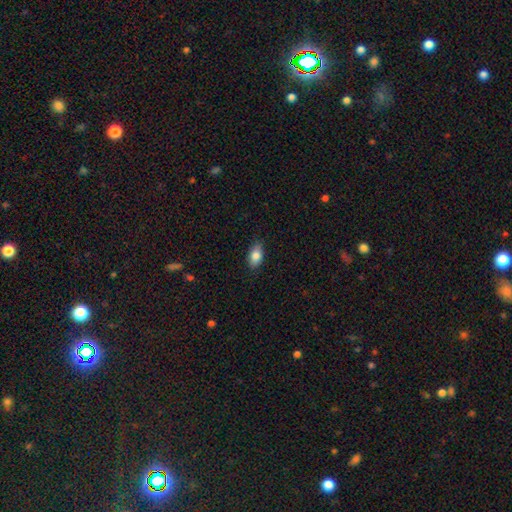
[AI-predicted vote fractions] This appears to be a smooth galaxy with no disk features (84%) that is in between round and cigar-shaped (90%). Merging: none (84%).